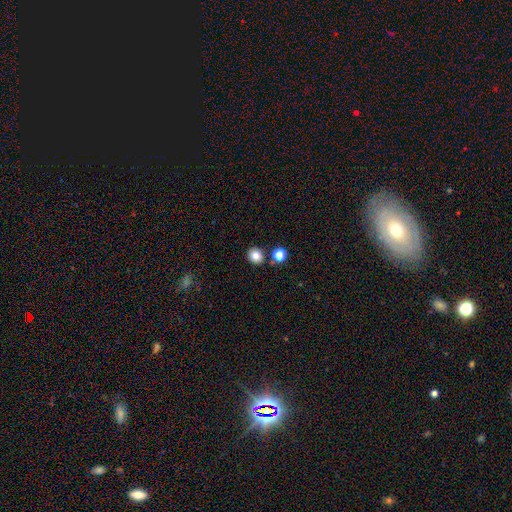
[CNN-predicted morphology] Q: Smooth or featured?
A: smooth (82%); runner-up: star or artifact (12%)
Q: How rounded?
A: round (82%); runner-up: in between (17%)
Q: Merging?
A: none (82%); runner-up: merger (9%)